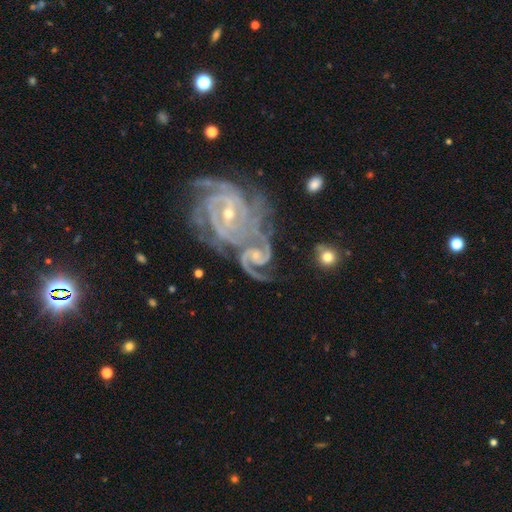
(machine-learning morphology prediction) Smooth or featured? featured or disk (92%)
Edge-on disk? no (98%)
Bar? no (46%)
Spiral arms? yes (98%)
Spiral winding? medium (59%)
Spiral arm count? 2 (82%)
Bulge size? small (64%)
Merging? merger (61%)